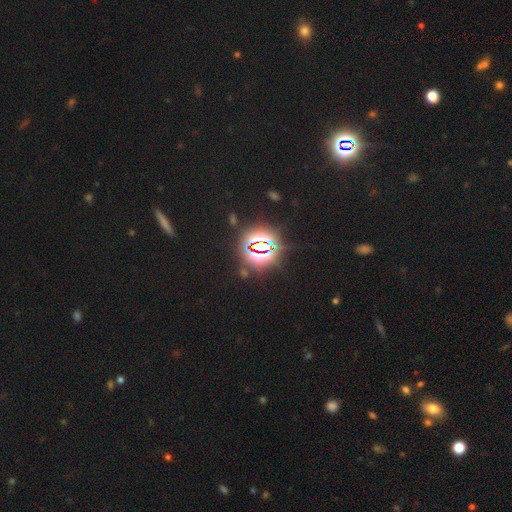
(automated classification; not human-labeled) Smooth or featured?
  - star or artifact: 79% *
  - smooth: 13%
  - featured or disk: 7%